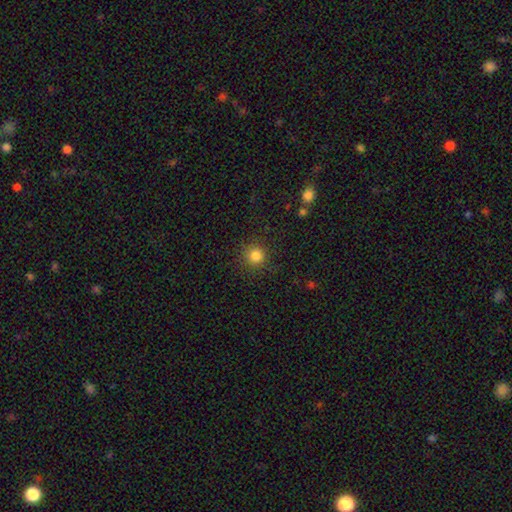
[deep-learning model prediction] Smooth or featured? smooth (83%)
How rounded? round (94%)
Merging? none (89%)